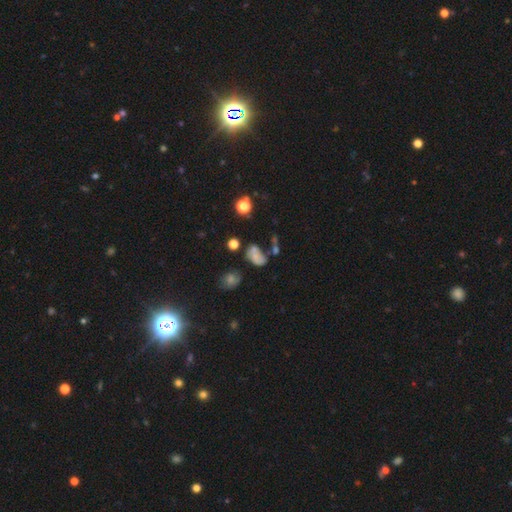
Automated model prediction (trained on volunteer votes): Smooth or featured? Predicted: smooth (p=0.57). How rounded? Predicted: in between (p=0.77). Merging? Predicted: none (p=0.32).